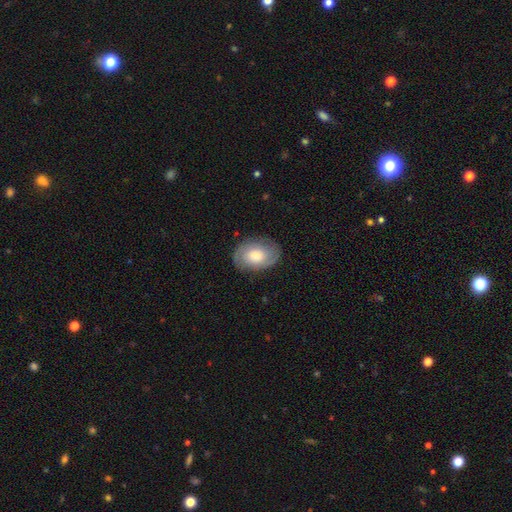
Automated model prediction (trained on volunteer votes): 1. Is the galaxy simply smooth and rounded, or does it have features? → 52% smooth, 41% featured or disk, 7% star or artifact.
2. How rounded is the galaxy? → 75% in between, 23% round, 1% cigar-shaped.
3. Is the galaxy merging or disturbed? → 80% none, 15% minor disturbance, 5% major disturbance, 1% merger.